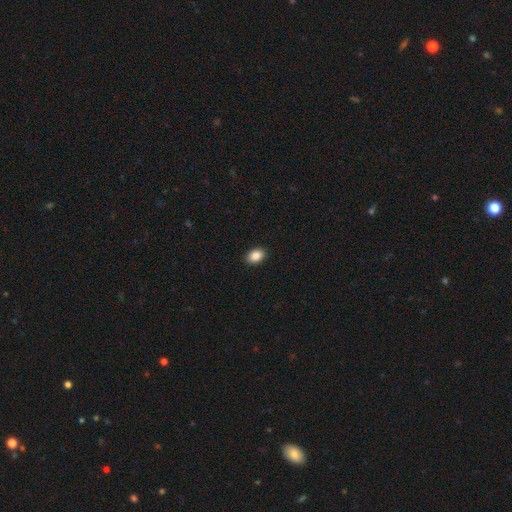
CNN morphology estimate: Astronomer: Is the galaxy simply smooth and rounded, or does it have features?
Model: smooth — 88%.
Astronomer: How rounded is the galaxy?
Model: in between — 83%.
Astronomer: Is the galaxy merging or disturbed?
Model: none — 91%.